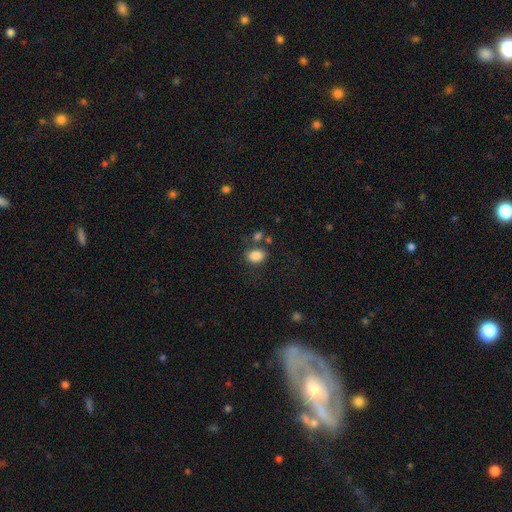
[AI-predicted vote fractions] smooth_or_featured: smooth (p=0.85) [alt: star or artifact p=0.10]
how_rounded: in between (p=0.75) [alt: round p=0.23]
merging: none (p=0.68) [alt: minor disturbance p=0.14]